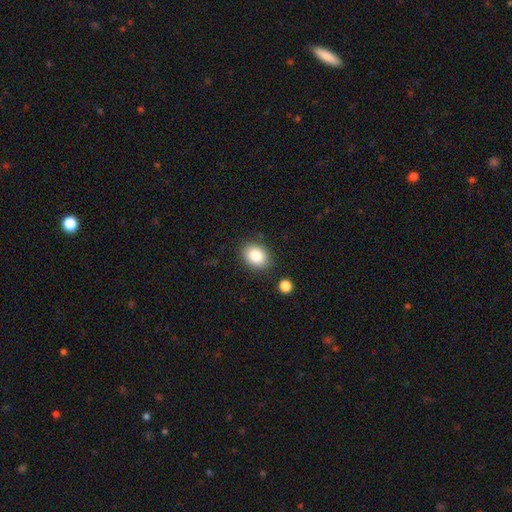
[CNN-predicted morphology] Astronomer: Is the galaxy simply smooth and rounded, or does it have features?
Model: smooth — 85%.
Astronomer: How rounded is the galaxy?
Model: in between — 59% (runner-up: round, 40%).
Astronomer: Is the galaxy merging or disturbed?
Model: none — 84%.